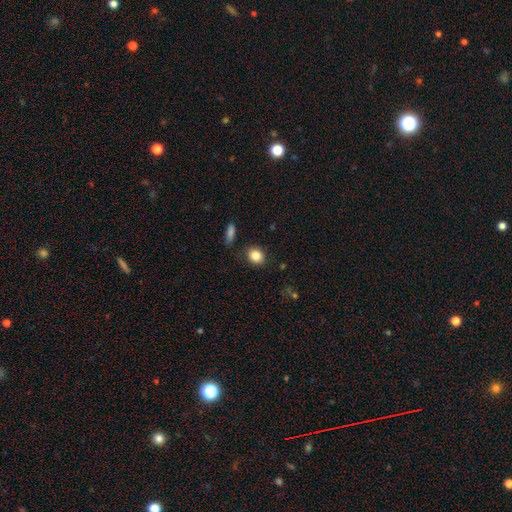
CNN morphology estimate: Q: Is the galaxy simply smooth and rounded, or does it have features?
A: smooth — 84%.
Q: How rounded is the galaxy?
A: round — 64%.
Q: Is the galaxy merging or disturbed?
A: none — 84%.